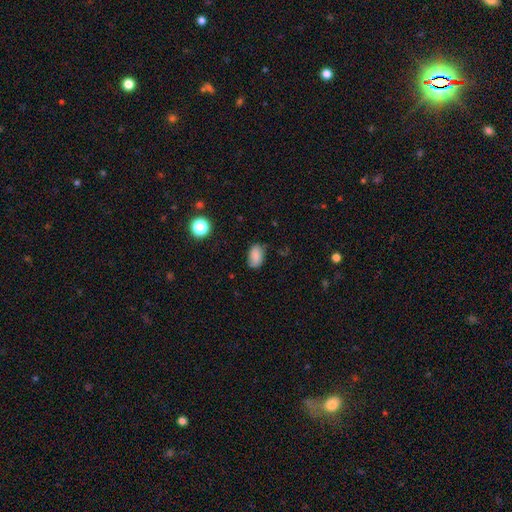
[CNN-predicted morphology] type=smooth (82%); roundness=in between (87%); merging=none (70%).